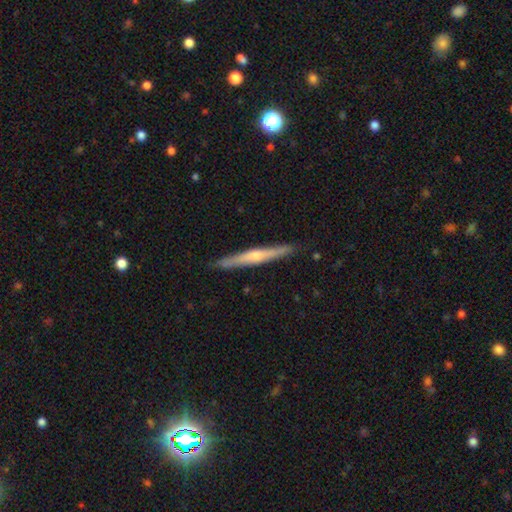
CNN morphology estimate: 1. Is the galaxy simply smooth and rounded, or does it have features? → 65% featured or disk, 29% smooth, 6% star or artifact.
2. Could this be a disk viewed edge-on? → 97% yes, 3% no.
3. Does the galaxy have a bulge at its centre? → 73% rounded, 23% none, 4% boxy.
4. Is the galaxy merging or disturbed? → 90% none, 8% minor disturbance, 1% major disturbance, 1% merger.